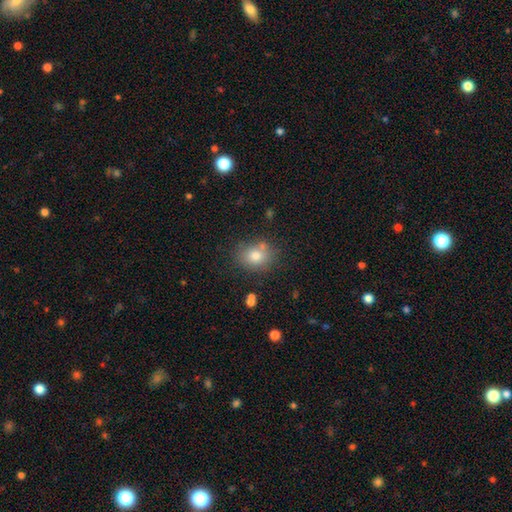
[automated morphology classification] Smooth or featured?
  - smooth: 77% *
  - star or artifact: 12%
  - featured or disk: 11%
How rounded?
  - round: 59% *
  - in between: 40%
  - cigar-shaped: 1%
Merging?
  - none: 74% *
  - minor disturbance: 14%
  - merger: 8%
  - major disturbance: 4%